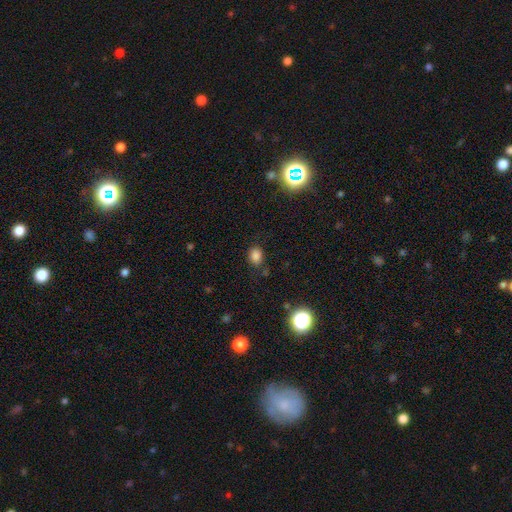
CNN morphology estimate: The model was most divided on "how rounded": in between: 66%, round: 33%, cigar-shaped: 1%. More confident: smooth or featured — smooth (79%); merging — none (78%).